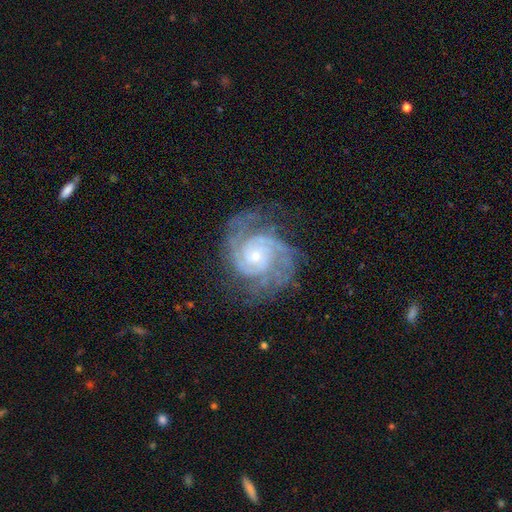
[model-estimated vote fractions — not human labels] This is clearly a featured or disk galaxy (91%). It is clearly not viewed edge-on (98%). Bar: likely no (72%). Spiral arm pattern: clearly yes (98%). Spiral arm count: possibly 2 (50%). Spiral winding: likely tight (63%). Central bulge: likely small (74%). Merging: likely none (69%).